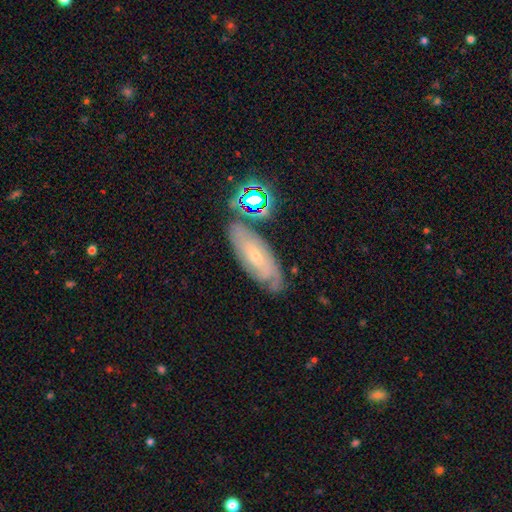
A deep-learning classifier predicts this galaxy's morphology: featured or disk 63%, smooth 25%, star or artifact 12%. Down the decision tree: edge-on disk — no (85%); bar — no (64%); spiral arms — yes (87%); bulge size — small (70%); merging — none (72%).